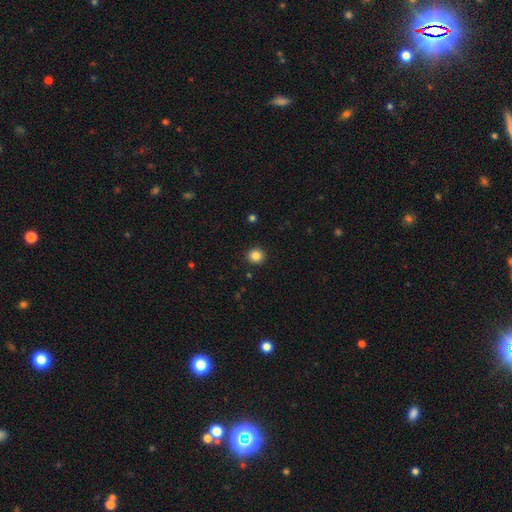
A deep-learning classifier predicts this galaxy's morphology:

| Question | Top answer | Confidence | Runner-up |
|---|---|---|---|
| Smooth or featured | smooth | 85% | star or artifact (11%) |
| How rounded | round | 90% | in between (9%) |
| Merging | none | 92% | minor disturbance (5%) |